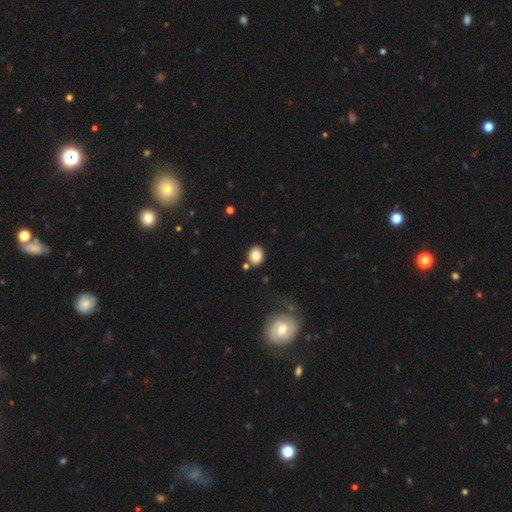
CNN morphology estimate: Smooth or featured?
  - smooth: 83% *
  - star or artifact: 9%
  - featured or disk: 7%
How rounded?
  - round: 60% *
  - in between: 39%
  - cigar-shaped: 1%
Merging?
  - none: 82% *
  - minor disturbance: 9%
  - merger: 6%
  - major disturbance: 2%